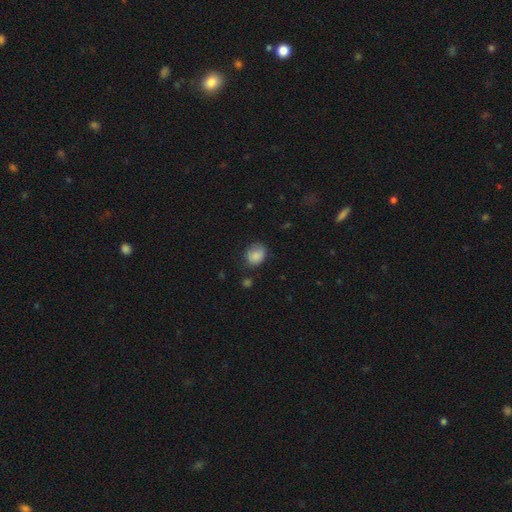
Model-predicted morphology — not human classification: This is clearly a smooth galaxy (83%). How rounded: possibly in between (51%). Merging: likely none (67%).